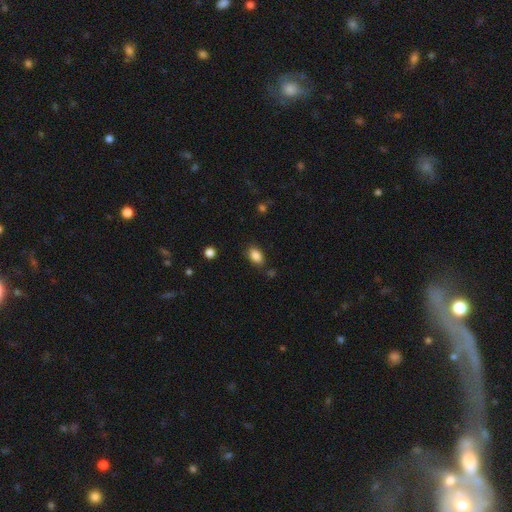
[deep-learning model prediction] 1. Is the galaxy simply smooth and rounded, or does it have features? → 87% smooth, 9% star or artifact, 5% featured or disk.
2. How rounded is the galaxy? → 87% in between, 12% round, 2% cigar-shaped.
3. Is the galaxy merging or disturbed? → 79% none, 15% minor disturbance, 4% major disturbance, 3% merger.